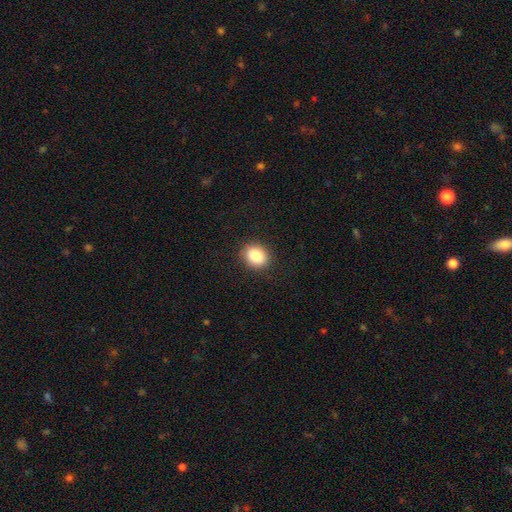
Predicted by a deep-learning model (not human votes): Smooth or featured: smooth — 87% (star or artifact — 9%)
How rounded: round — 56% (in between — 43%)
Merging: none — 89% (minor disturbance — 8%)